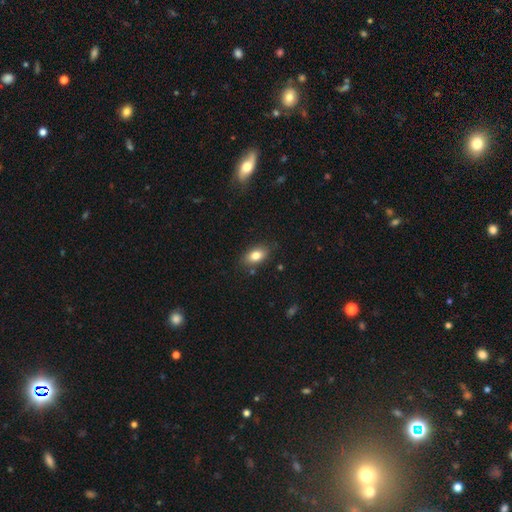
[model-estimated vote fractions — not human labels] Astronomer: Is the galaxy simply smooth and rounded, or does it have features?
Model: smooth — 81%.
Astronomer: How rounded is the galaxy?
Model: in between — 87%.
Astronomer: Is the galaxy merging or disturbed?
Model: none — 83%.